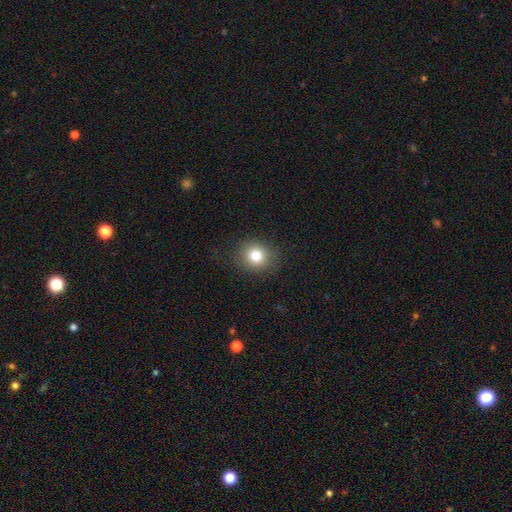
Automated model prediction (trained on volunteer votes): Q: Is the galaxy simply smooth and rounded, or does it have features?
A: smooth — 81%.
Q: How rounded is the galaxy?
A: round — 79%.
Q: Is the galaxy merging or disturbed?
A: none — 86%.